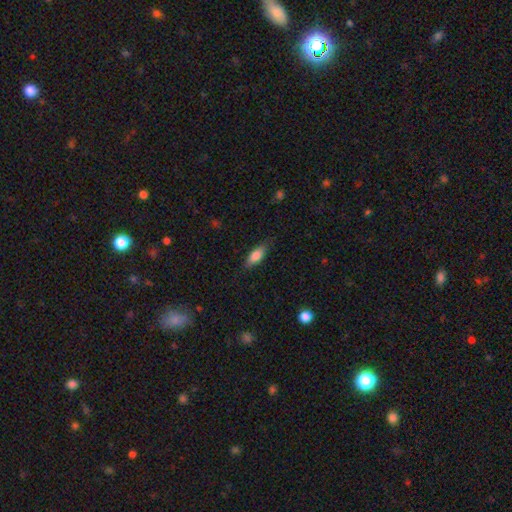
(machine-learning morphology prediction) type=smooth (80%); roundness=in between (70%); merging=none (80%).